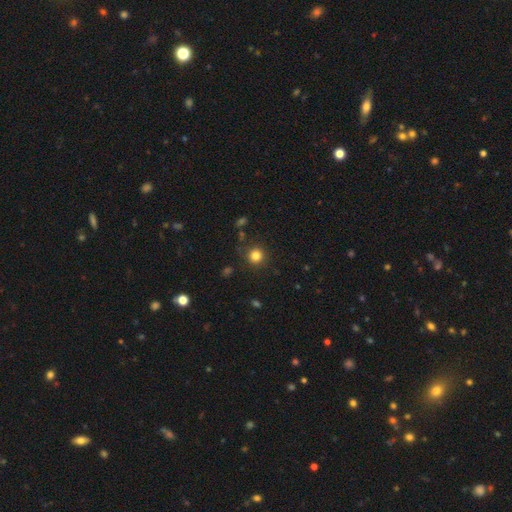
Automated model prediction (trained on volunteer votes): Smooth or featured?
  - smooth: 82% *
  - star or artifact: 13%
  - featured or disk: 5%
How rounded?
  - round: 94% *
  - in between: 5%
  - cigar-shaped: 1%
Merging?
  - none: 87% *
  - minor disturbance: 8%
  - major disturbance: 3%
  - merger: 2%